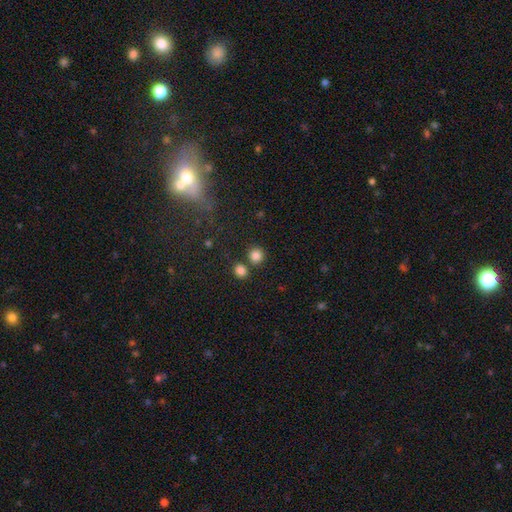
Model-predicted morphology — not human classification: This is clearly a smooth galaxy (84%). How rounded: clearly round (89%). Merging: likely none (76%).